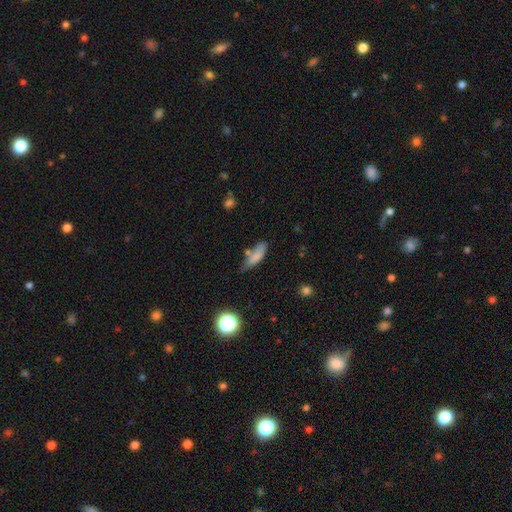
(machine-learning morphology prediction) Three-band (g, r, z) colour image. It shows a smooth galaxy with no disk features (76%) that is cigar-shaped (52%). Merging: none (51%).